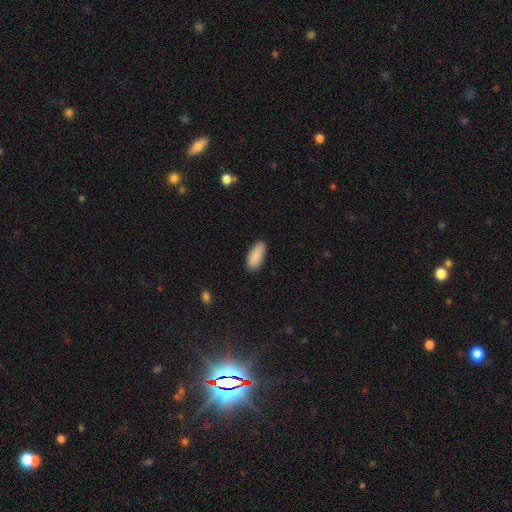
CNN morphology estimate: Smooth or featured?
  - smooth: 90% *
  - star or artifact: 6%
  - featured or disk: 4%
How rounded?
  - in between: 85% *
  - cigar-shaped: 13%
  - round: 2%
Merging?
  - none: 86% *
  - minor disturbance: 11%
  - major disturbance: 2%
  - merger: 1%